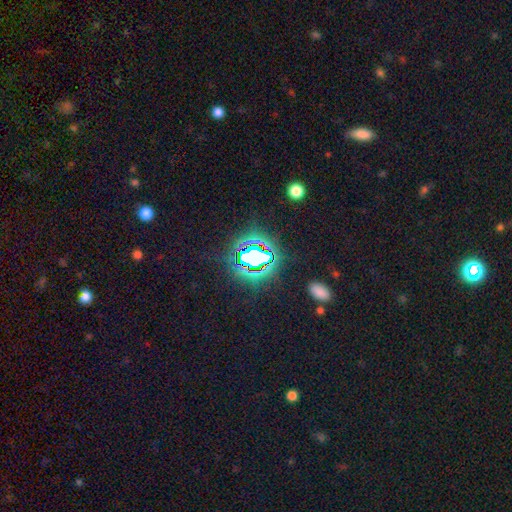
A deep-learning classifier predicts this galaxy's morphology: type=star or artifact (72%).